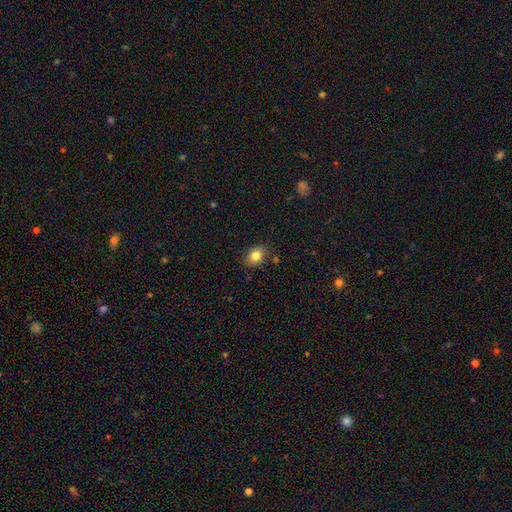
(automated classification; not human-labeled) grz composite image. It shows a smooth galaxy with no disk features (82%) that is in between round and cigar-shaped (59%). Merging: none (83%).